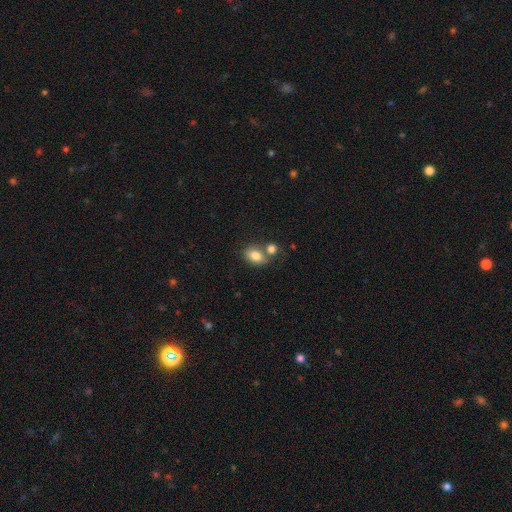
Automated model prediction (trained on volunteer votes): Smooth or featured?
  - smooth: 80% *
  - featured or disk: 11%
  - star or artifact: 9%
How rounded?
  - in between: 77% *
  - round: 21%
  - cigar-shaped: 2%
Merging?
  - none: 48% *
  - merger: 35%
  - minor disturbance: 13%
  - major disturbance: 5%